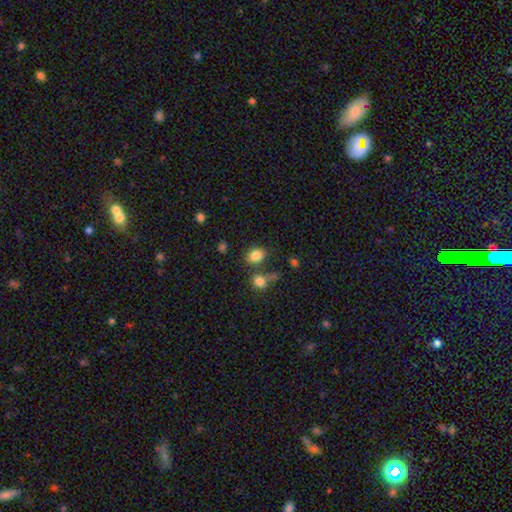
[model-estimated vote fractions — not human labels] smooth-or-featured: smooth: 83% | star or artifact: 10% | featured or disk: 7%
  how-rounded: in between: 64% | round: 35% | cigar-shaped: 1%
  merging: none: 67% | merger: 15% | minor disturbance: 12% | major disturbance: 5%